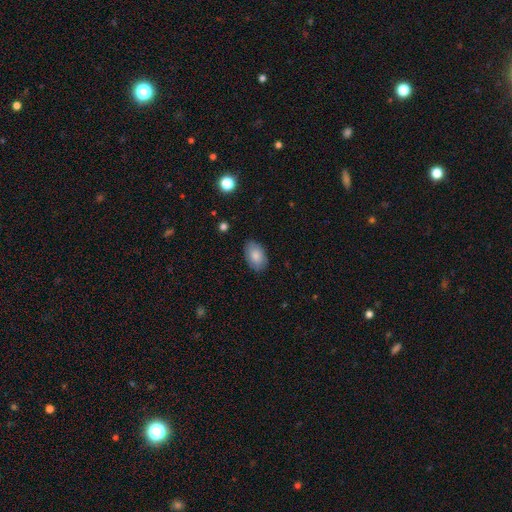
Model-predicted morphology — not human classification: Smooth or featured: smooth — 83% (featured or disk — 10%)
How rounded: in between — 92% (round — 7%)
Merging: none — 84% (minor disturbance — 12%)